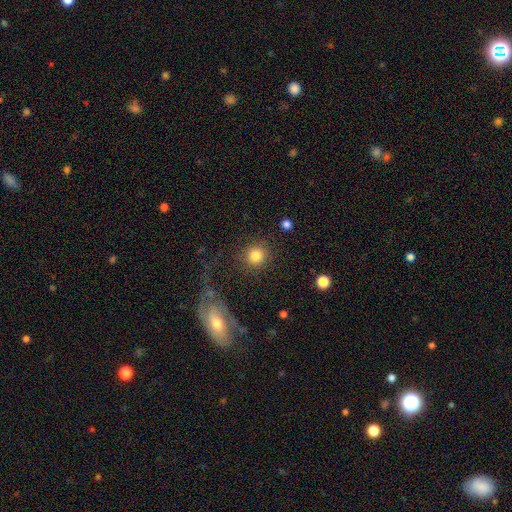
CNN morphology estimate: Smooth or featured? Predicted: smooth (p=0.84). How rounded? Predicted: round (p=0.91). Merging? Predicted: none (p=0.86).